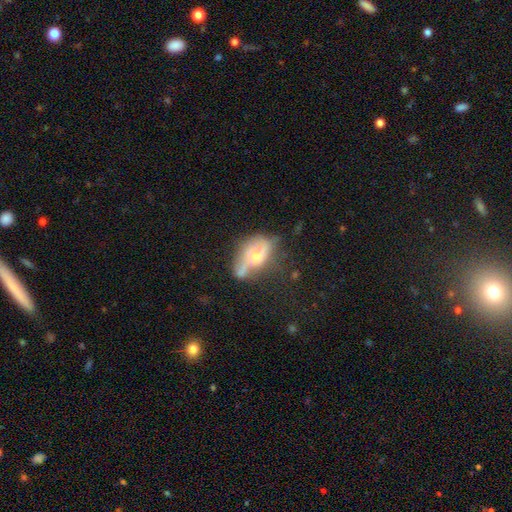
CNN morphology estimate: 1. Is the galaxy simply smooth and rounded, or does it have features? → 55% featured or disk, 36% smooth, 9% star or artifact.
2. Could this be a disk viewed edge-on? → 81% no, 19% yes.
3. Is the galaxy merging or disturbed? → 34% none, 26% minor disturbance, 22% major disturbance, 18% merger.